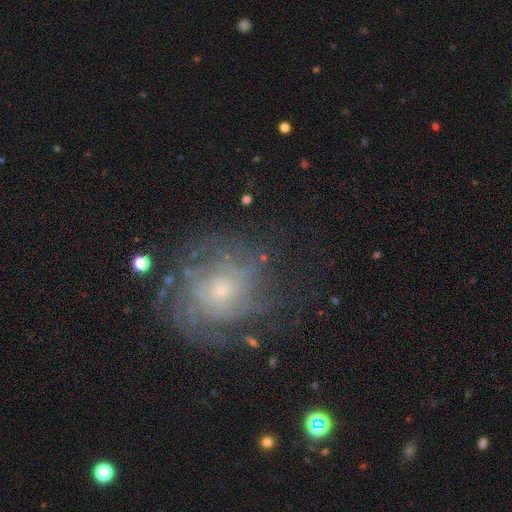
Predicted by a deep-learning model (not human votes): Smooth or featured? Predicted: featured or disk (p=0.71). Edge-on disk? Predicted: no (p=0.97). Bar? Predicted: no (p=0.78). Spiral arms? Predicted: yes (p=0.86). Spiral winding? Predicted: tight (p=0.60). Spiral arm count? Predicted: can't tell (p=0.52). Bulge size? Predicted: small (p=0.60). Merging? Predicted: none (p=0.72).